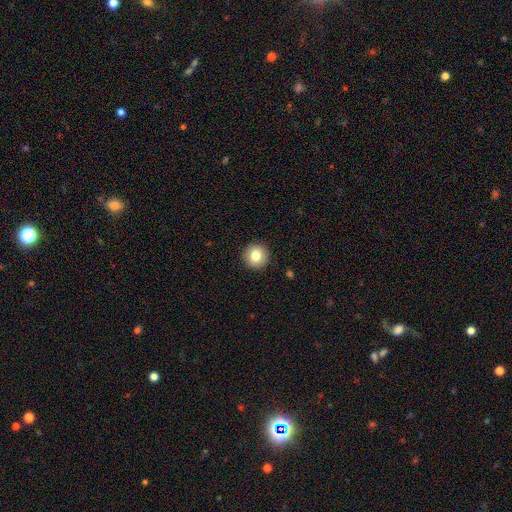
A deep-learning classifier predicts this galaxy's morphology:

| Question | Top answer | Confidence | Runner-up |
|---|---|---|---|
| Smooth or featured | smooth | 82% | featured or disk (9%) |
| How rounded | round | 96% | in between (3%) |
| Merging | none | 93% | minor disturbance (5%) |